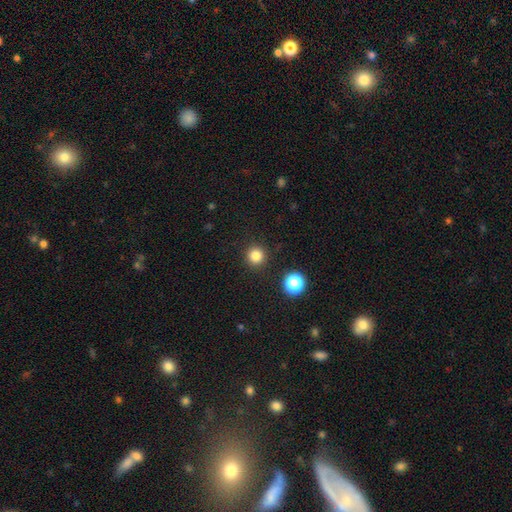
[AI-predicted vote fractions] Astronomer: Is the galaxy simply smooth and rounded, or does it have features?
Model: smooth — 82%.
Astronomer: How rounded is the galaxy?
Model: round — 95%.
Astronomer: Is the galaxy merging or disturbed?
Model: none — 91%.